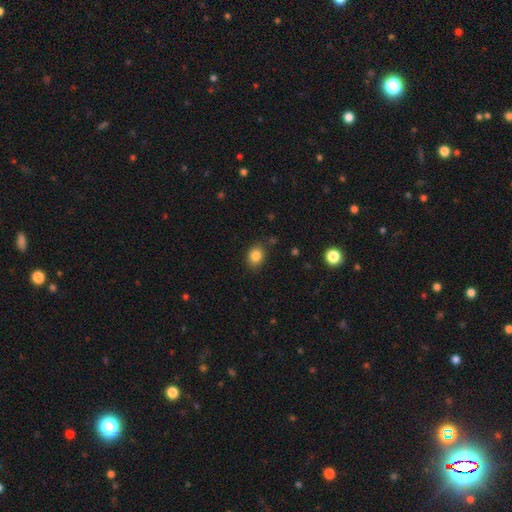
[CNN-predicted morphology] smooth-or-featured: smooth: 84% | star or artifact: 10% | featured or disk: 6%
  how-rounded: round: 52% | in between: 47% | cigar-shaped: 1%
  merging: none: 83% | minor disturbance: 12% | major disturbance: 3% | merger: 2%